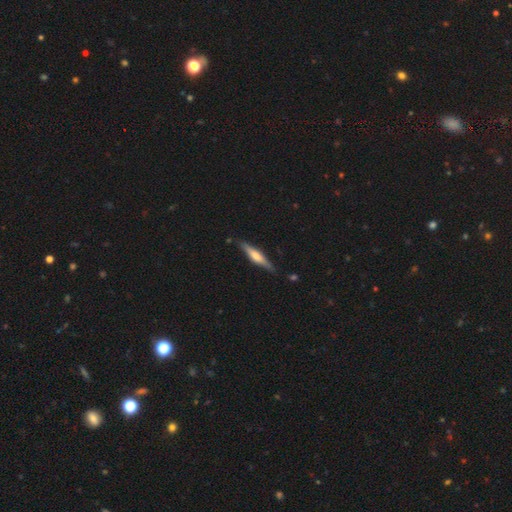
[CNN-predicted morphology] type=featured or disk (61%); edge-on=yes (96%); edge-on bulge=rounded (75%); merging=none (84%).